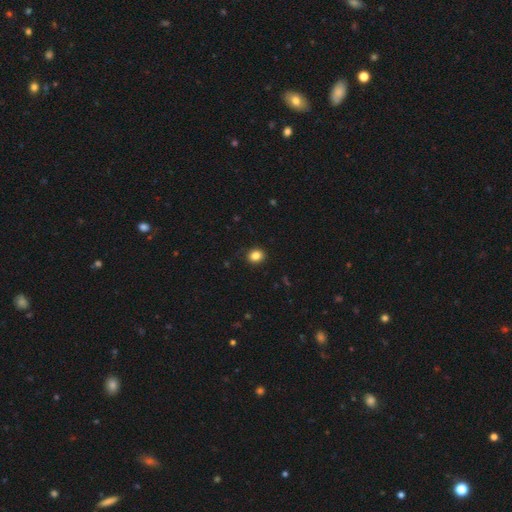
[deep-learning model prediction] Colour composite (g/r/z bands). It shows a smooth galaxy with no disk features (84%) that is round (68%). Merging: none (90%).